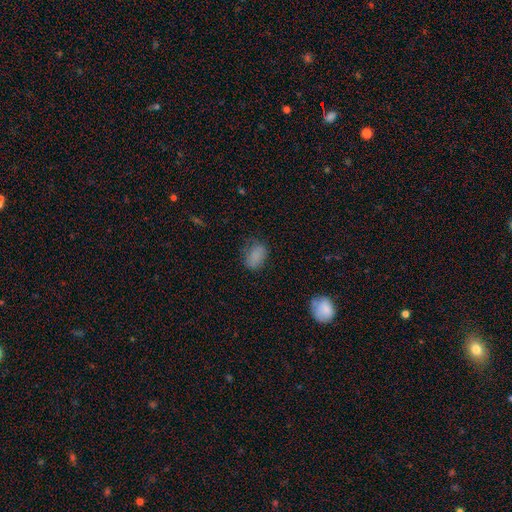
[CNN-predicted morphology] The model was most divided on "merging": none: 64%, minor disturbance: 25%, major disturbance: 10%, merger: 2%. More confident: how rounded — in between (83%); smooth or featured — smooth (82%).